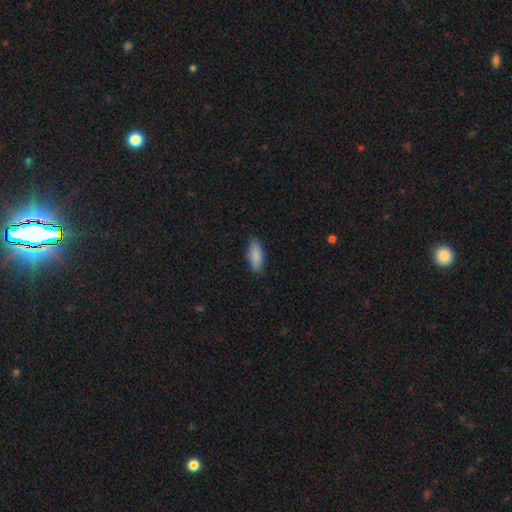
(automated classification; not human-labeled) This appears to be a smooth galaxy with no disk features (89%) that is in between round and cigar-shaped (77%). Merging: none (85%).